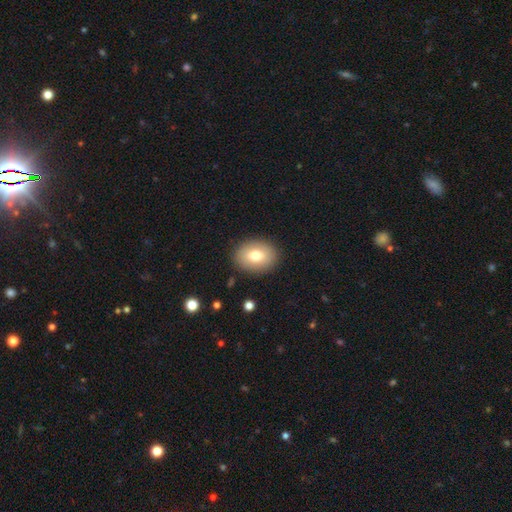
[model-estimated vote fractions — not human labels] This appears to be a smooth galaxy with no disk features (75%) that is in between round and cigar-shaped (67%). Merging: none (88%).